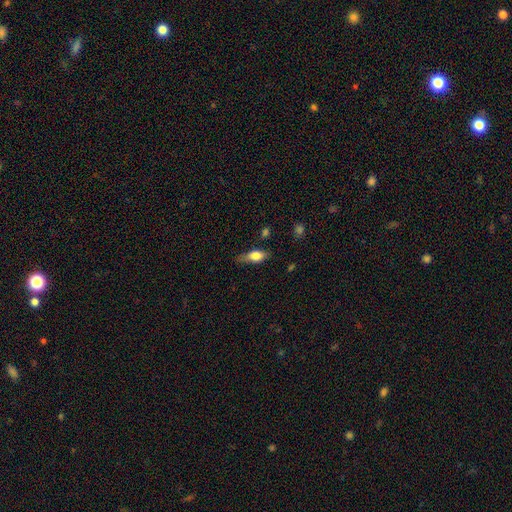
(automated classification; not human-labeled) Overall: smooth (73%). How rounded: in between (76%). Merging: none (59%; minor disturbance 30%).